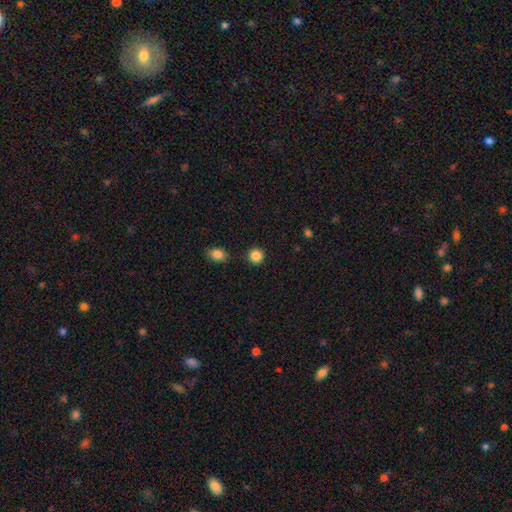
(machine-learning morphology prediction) Q: Smooth or featured?
A: smooth (86%); runner-up: star or artifact (10%)
Q: How rounded?
A: round (93%); runner-up: in between (6%)
Q: Merging?
A: none (88%); runner-up: minor disturbance (7%)